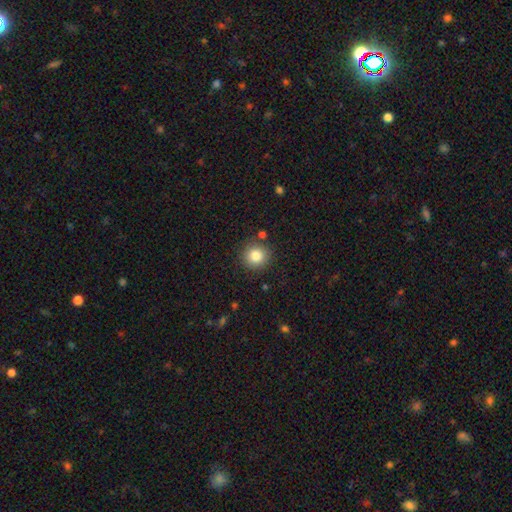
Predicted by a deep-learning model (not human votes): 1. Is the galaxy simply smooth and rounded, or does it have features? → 83% smooth, 11% star or artifact, 7% featured or disk.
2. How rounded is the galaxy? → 93% round, 6% in between, 1% cigar-shaped.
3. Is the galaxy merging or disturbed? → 86% none, 8% minor disturbance, 3% merger, 3% major disturbance.